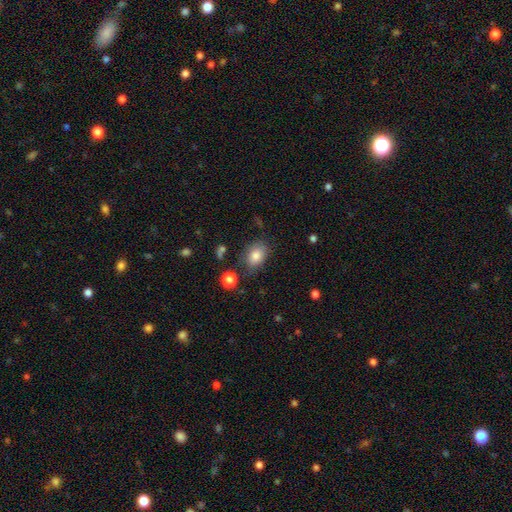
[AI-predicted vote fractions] A smooth galaxy with no disk features (82%) that is in between round and cigar-shaped (76%). Merging: none (73%).